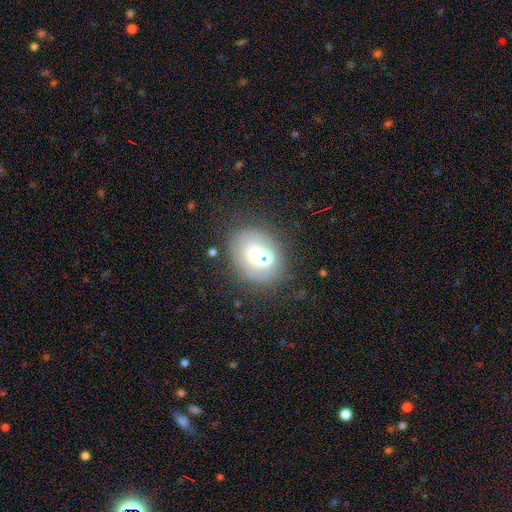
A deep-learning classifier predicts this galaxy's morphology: This is possibly a smooth galaxy (45%). Merging: likely none (60%).